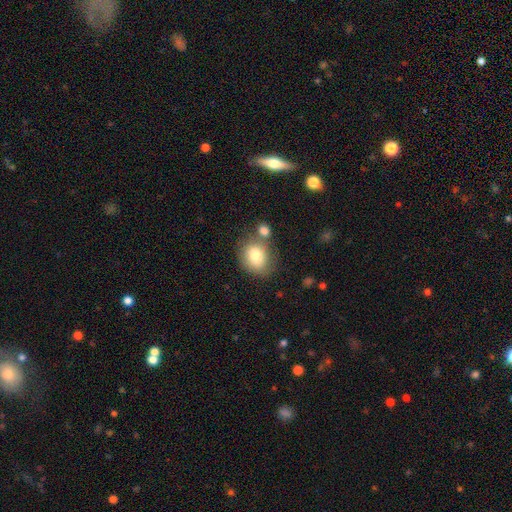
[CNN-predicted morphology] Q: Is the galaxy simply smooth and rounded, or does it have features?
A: smooth — 79%.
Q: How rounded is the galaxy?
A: round — 51%.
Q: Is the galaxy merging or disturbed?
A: none — 57%.